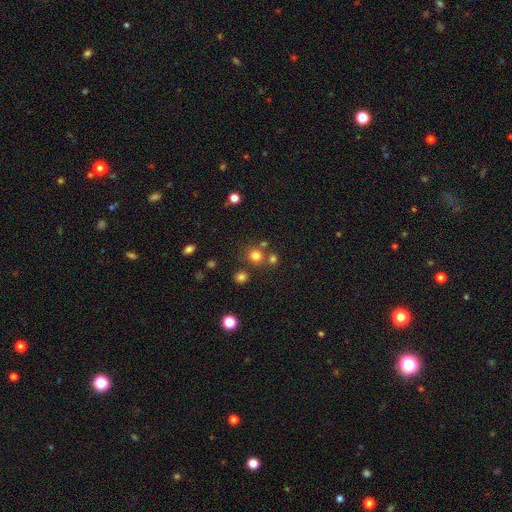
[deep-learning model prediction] This is likely a smooth galaxy (76%). How rounded: clearly round (90%). Merging: likely none (72%).